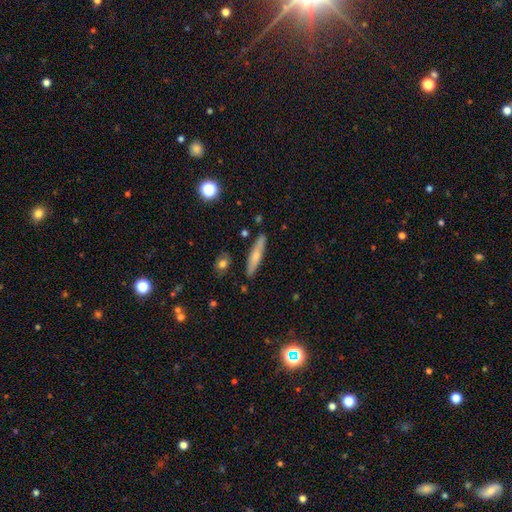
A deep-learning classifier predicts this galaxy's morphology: A smooth galaxy with no disk features (61%) that is cigar-shaped (87%). Merging: none (87%).